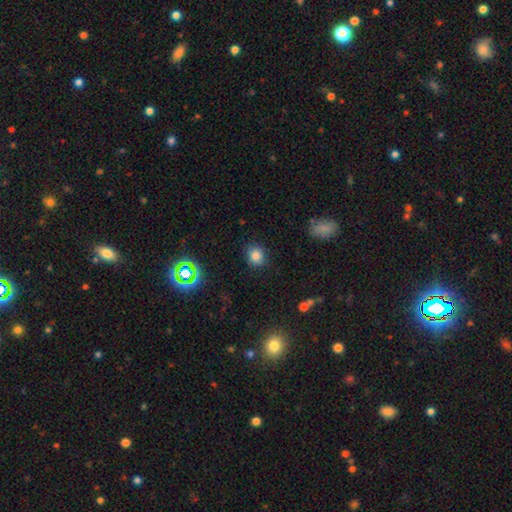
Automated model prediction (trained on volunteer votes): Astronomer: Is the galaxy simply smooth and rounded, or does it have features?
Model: smooth — 81%.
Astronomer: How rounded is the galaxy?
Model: round — 77%.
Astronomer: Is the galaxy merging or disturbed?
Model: none — 86%.